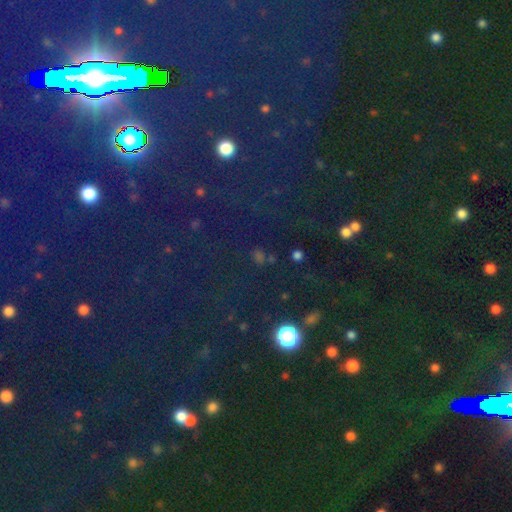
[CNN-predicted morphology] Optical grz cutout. It shows a star or artifact, not a galaxy (76%).